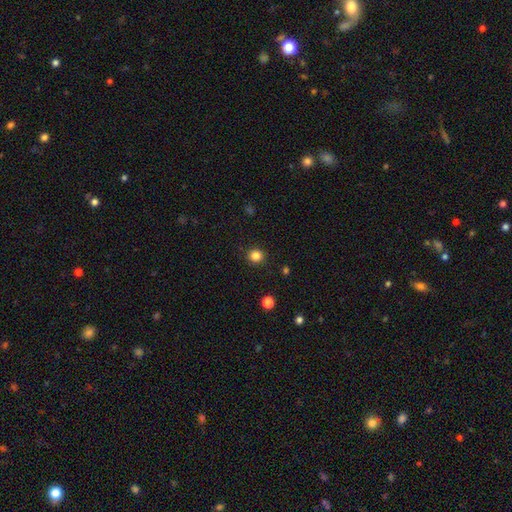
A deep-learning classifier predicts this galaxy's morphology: Smooth or featured? Predicted: smooth (p=0.84). How rounded? Predicted: round (p=0.91). Merging? Predicted: none (p=0.91).